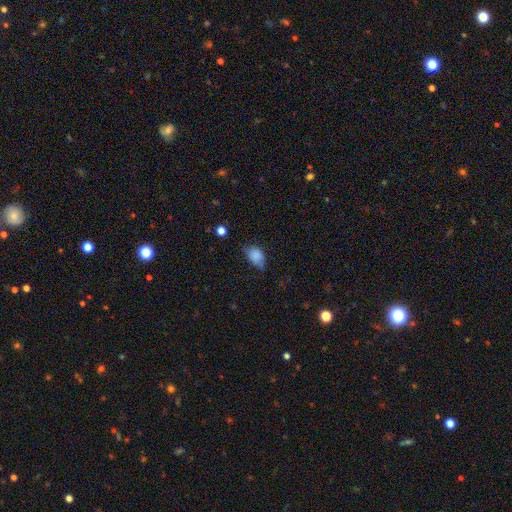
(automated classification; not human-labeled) smooth 84%, star or artifact 9%, featured or disk 7%. Down the decision tree: how rounded — in between (80%); merging — none (49%).